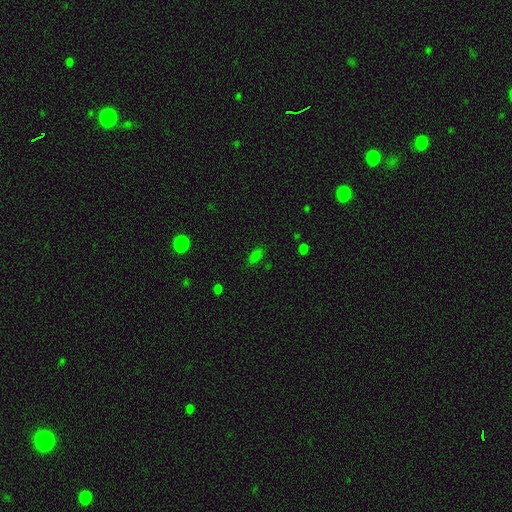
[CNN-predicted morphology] smooth-or-featured: smooth: 75% | star or artifact: 20% | featured or disk: 6%
  how-rounded: in between: 84% | cigar-shaped: 11% | round: 6%
  merging: none: 79% | minor disturbance: 14% | major disturbance: 4% | merger: 2%